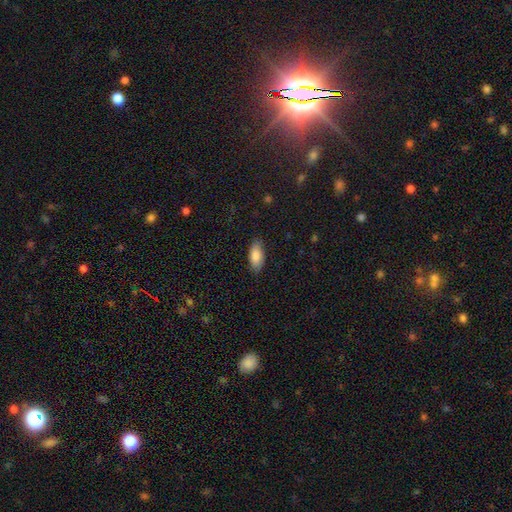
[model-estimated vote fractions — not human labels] This appears to be a smooth galaxy with no disk features (83%) that is in between round and cigar-shaped (88%). Merging: none (86%).